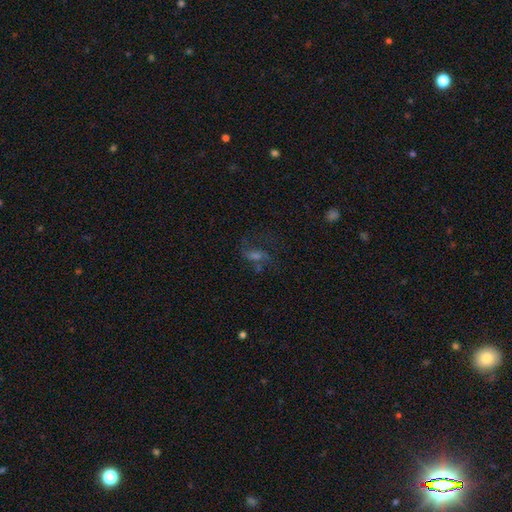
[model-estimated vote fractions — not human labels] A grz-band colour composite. It shows a featured or disk galaxy (49%). Merging: none (55%).